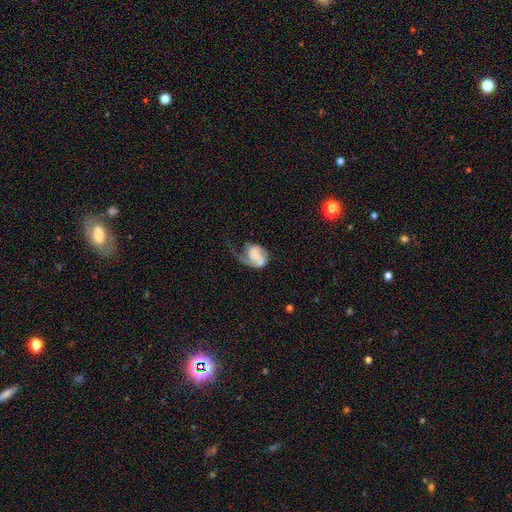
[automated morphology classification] A featured or disk galaxy (60%) with no bar (70%), spiral arms (77%) and no central bulge (53%).

Vote fractions:
- Smooth or featured? featured or disk: 60% / smooth: 33% / star or artifact: 7%
- Edge-on disk? no: 98% / yes: 2%
- Bar? no: 70% / weak: 22% / strong: 7%
- Spiral arms? yes: 77% / no: 23%
- Bulge size? none: 53% / small: 19% / moderate: 11% / large: 11% / dominant: 6%
- Merging? major disturbance: 55% / none: 21% / minor disturbance: 19% / merger: 6%